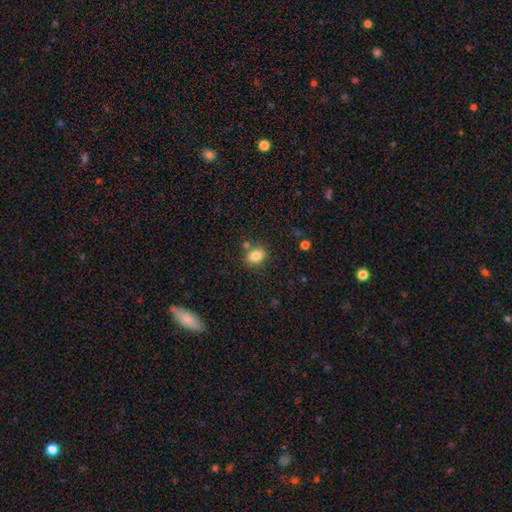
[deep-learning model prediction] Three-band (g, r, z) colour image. It shows a smooth galaxy with no disk features (83%) that is in between round and cigar-shaped (54%). Merging: none (75%).